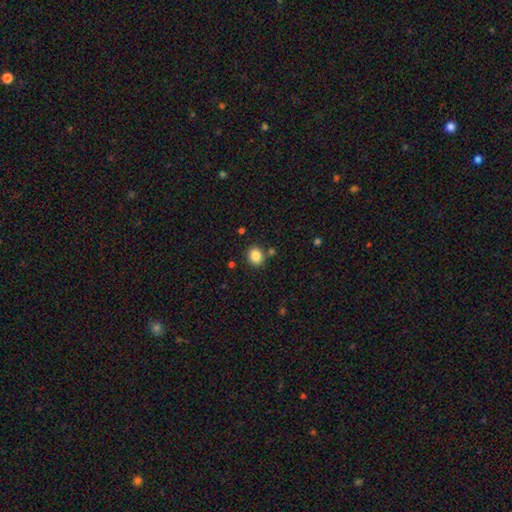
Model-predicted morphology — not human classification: smooth_or_featured: smooth (p=0.85) [alt: star or artifact p=0.10]
how_rounded: round (p=0.67) [alt: in between p=0.32]
merging: none (p=0.82) [alt: minor disturbance p=0.09]